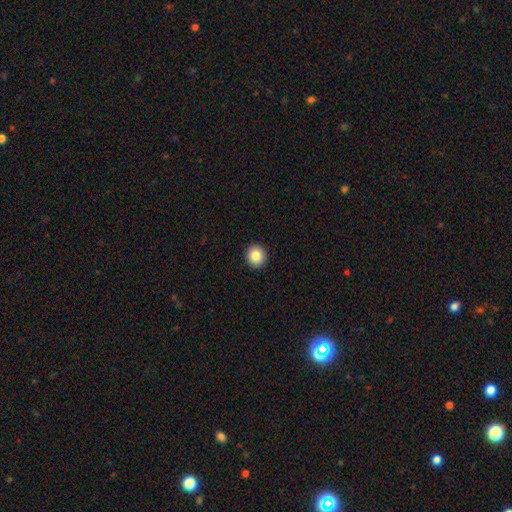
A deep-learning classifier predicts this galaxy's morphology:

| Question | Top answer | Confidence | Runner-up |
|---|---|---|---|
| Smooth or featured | smooth | 85% | star or artifact (9%) |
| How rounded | round | 84% | in between (15%) |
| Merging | none | 93% | minor disturbance (5%) |